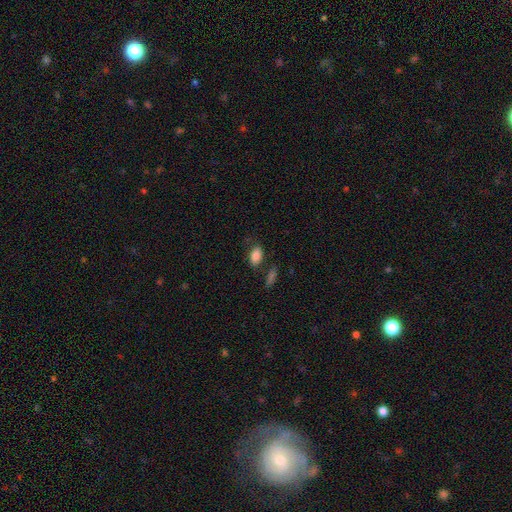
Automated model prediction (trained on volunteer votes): smooth-or-featured: smooth: 84% | star or artifact: 8% | featured or disk: 7%
  how-rounded: in between: 91% | round: 7% | cigar-shaped: 2%
  merging: none: 70% | minor disturbance: 17% | merger: 8% | major disturbance: 5%